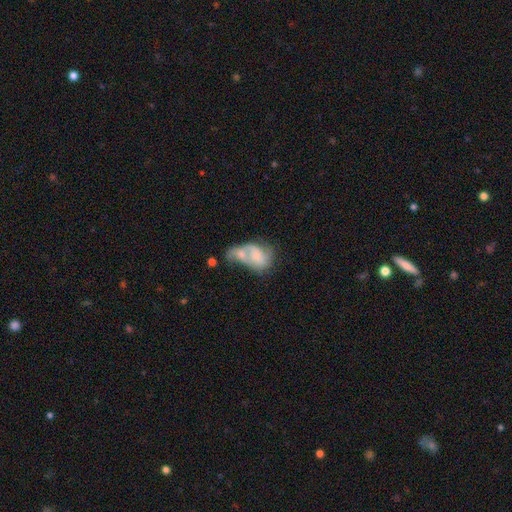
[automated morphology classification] Q: Smooth or featured?
A: smooth (51%); runner-up: featured or disk (41%)
Q: How rounded?
A: in between (80%); runner-up: round (18%)
Q: Merging?
A: merger (70%); runner-up: major disturbance (11%)